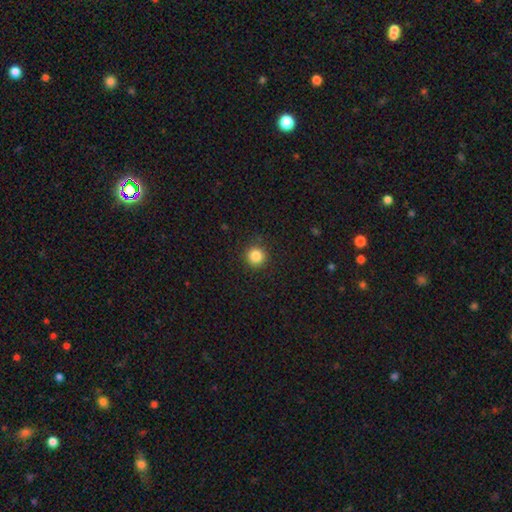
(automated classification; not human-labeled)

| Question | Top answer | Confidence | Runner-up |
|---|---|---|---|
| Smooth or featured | smooth | 85% | star or artifact (11%) |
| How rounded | round | 95% | in between (5%) |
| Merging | none | 91% | minor disturbance (6%) |